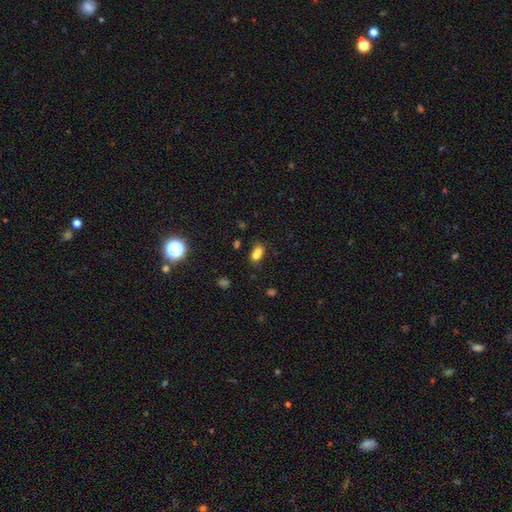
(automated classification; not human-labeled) Smooth or featured?
  - smooth: 72% *
  - star or artifact: 17%
  - featured or disk: 10%
How rounded?
  - in between: 75% *
  - round: 21%
  - cigar-shaped: 4%
Merging?
  - merger: 43% *
  - none: 37%
  - minor disturbance: 13%
  - major disturbance: 6%